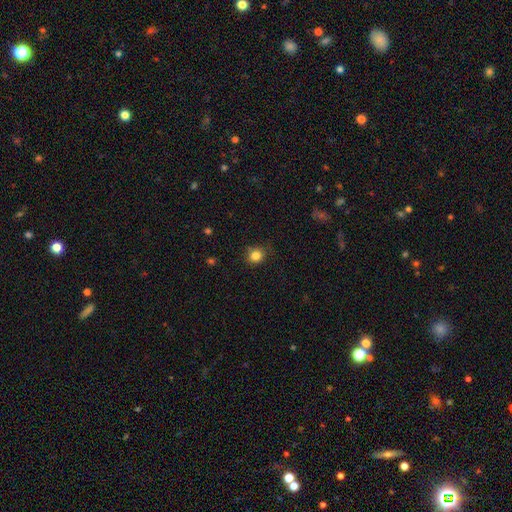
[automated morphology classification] This appears to be a smooth galaxy with no disk features (83%) that is round (87%). Merging: none (81%).